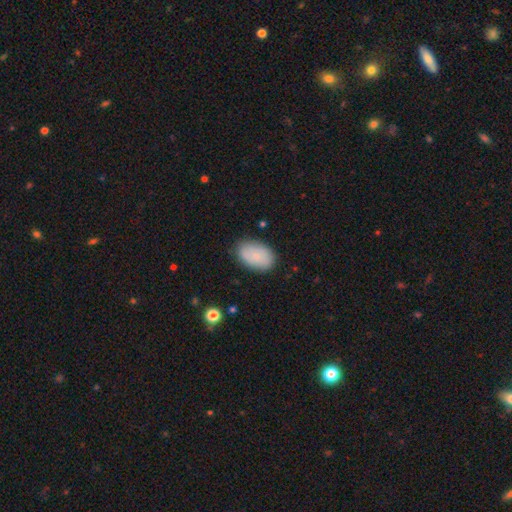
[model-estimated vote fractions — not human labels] A smooth galaxy with no disk features (77%) that is in between round and cigar-shaped (90%). Merging: none (82%).